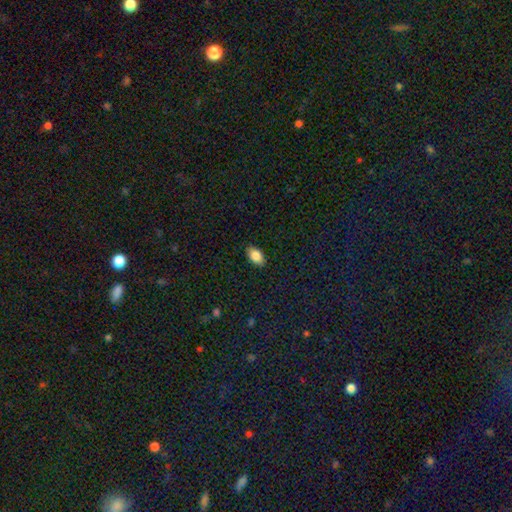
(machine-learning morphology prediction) smooth 86%, star or artifact 7%, featured or disk 7%. Down the decision tree: how rounded — in between (92%); merging — none (89%).